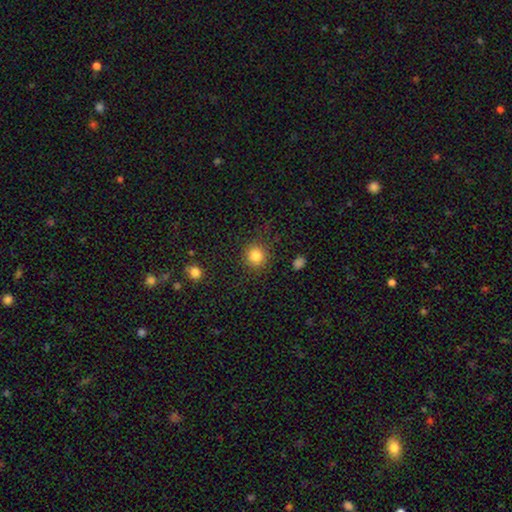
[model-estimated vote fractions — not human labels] Morphology: type=smooth (84%); roundness=round (92%); merging=none (86%).